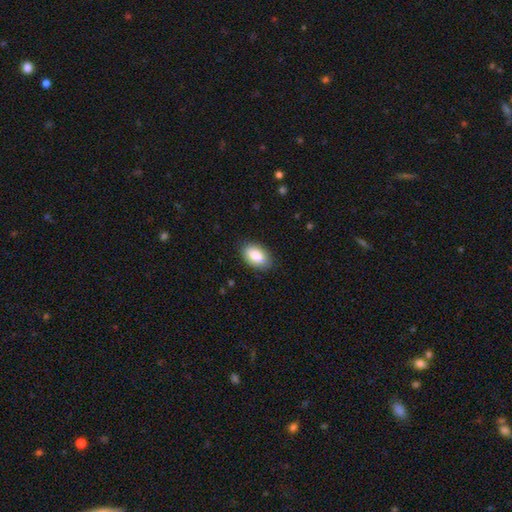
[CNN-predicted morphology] Smooth or featured?
  - smooth: 87% *
  - featured or disk: 7%
  - star or artifact: 6%
How rounded?
  - in between: 93% *
  - round: 6%
  - cigar-shaped: 2%
Merging?
  - none: 86% *
  - minor disturbance: 11%
  - major disturbance: 2%
  - merger: 1%